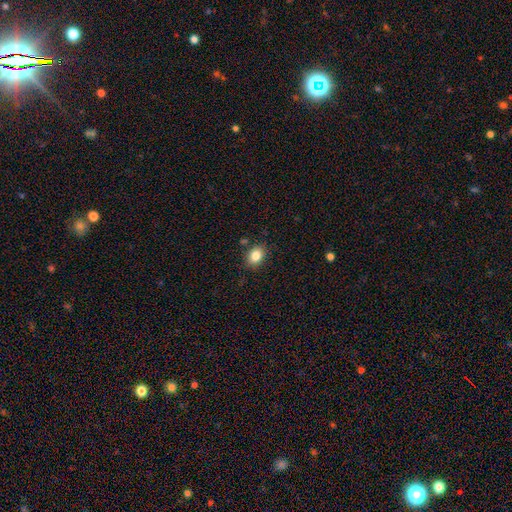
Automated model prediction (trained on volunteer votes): Smooth or featured: smooth — 84% (star or artifact — 10%)
How rounded: in between — 62% (round — 37%)
Merging: none — 84% (minor disturbance — 11%)